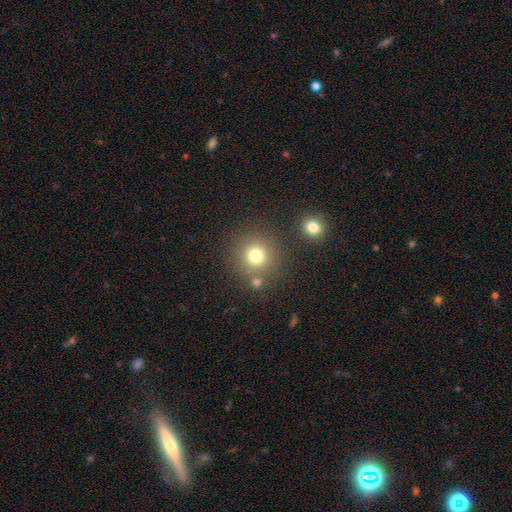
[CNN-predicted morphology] Smooth or featured: smooth — 76% (star or artifact — 15%)
How rounded: round — 92% (in between — 7%)
Merging: none — 78% (merger — 10%)